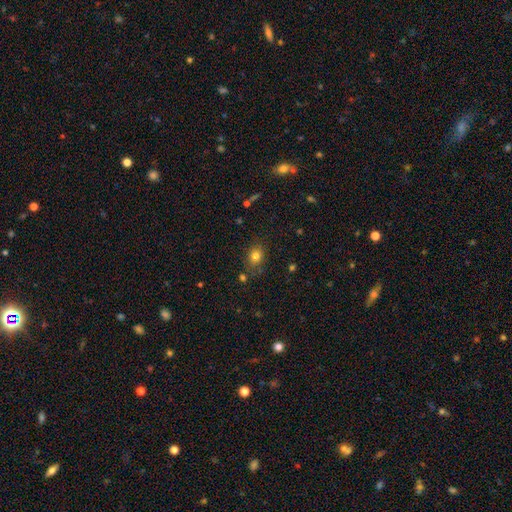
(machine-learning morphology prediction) smooth_or_featured: smooth (p=0.78) [alt: star or artifact p=0.14]
how_rounded: round (p=0.57) [alt: in between p=0.42]
merging: none (p=0.78) [alt: minor disturbance p=0.14]